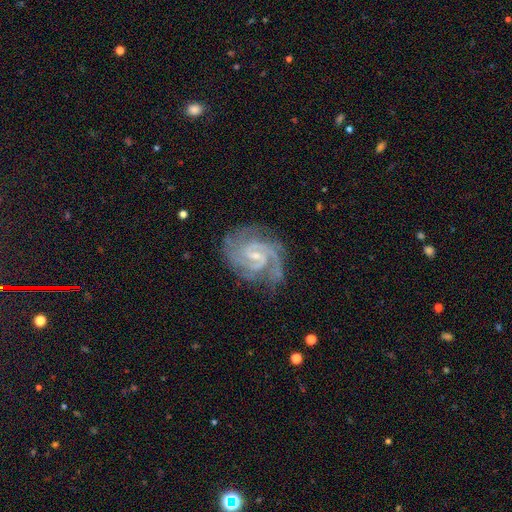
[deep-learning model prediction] smooth-or-featured: featured or disk: 92% | star or artifact: 5% | smooth: 3%
  disk-edge-on: no: 98% | yes: 2%
    bar: weak: 53% | no: 28% | strong: 19%
    has-spiral-arms: yes: 99% | no: 1%
      spiral-winding: tight: 57% | medium: 38% | loose: 5%
      spiral-arm-count: 2: 47% | 3: 27% | can't tell: 9% | 4: 8% | more than 4: 5% | 1: 5%
    bulge-size: small: 72% | moderate: 22% | none: 4% | large: 1% | dominant: 1%
  merging: none: 75% | minor disturbance: 17% | major disturbance: 6% | merger: 1%